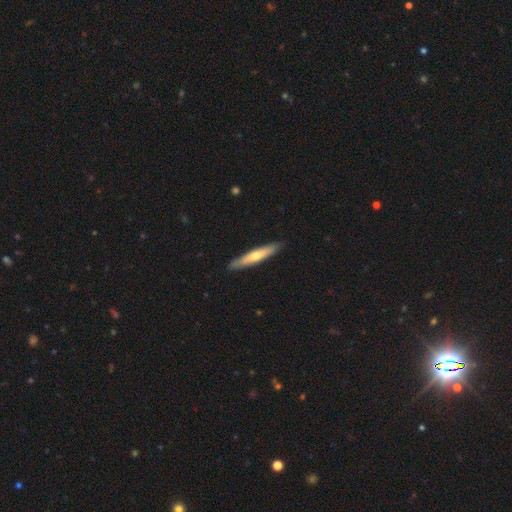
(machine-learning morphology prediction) A smooth galaxy with no disk features (51%) that is cigar-shaped (90%). Merging: none (89%).